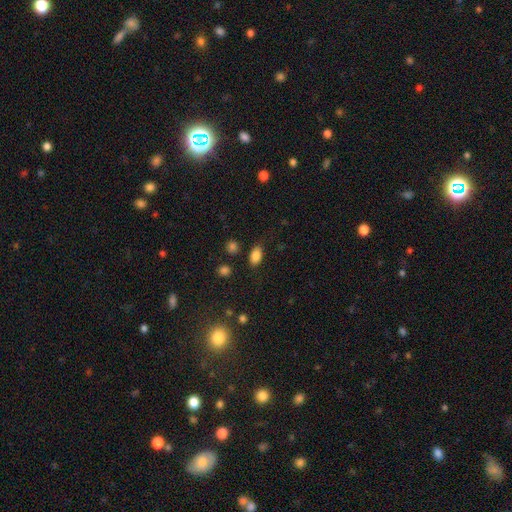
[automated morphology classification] Overall: smooth (85%). How rounded: in between (89%). Merging: none (79%).